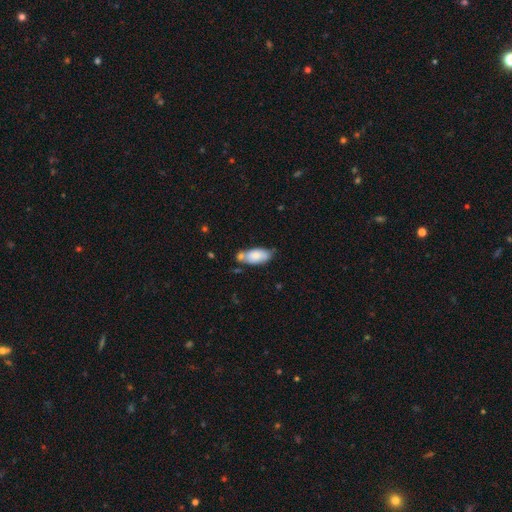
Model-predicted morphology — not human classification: A smooth galaxy with no disk features (79%) that is in between round and cigar-shaped (90%). Merging: none (52%).